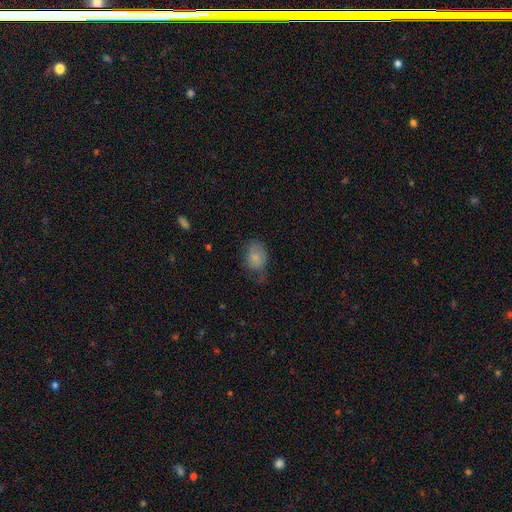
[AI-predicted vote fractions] The model was most divided on "merging": none: 44%, minor disturbance: 35%, major disturbance: 19%, merger: 2%. More confident: smooth or featured — smooth (79%); how rounded — in between (71%).